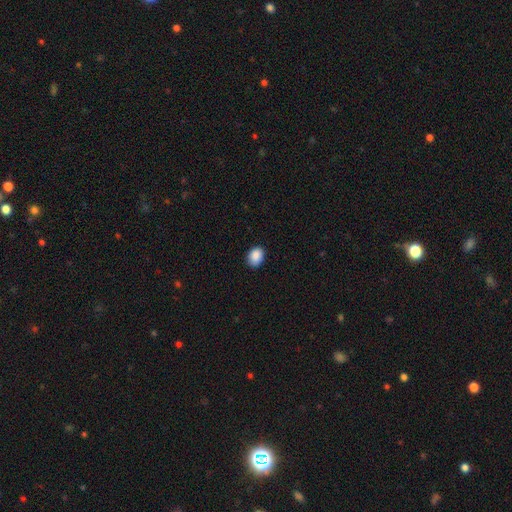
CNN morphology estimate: This is clearly a smooth galaxy (89%). How rounded: likely in between (67%). Merging: clearly none (87%).